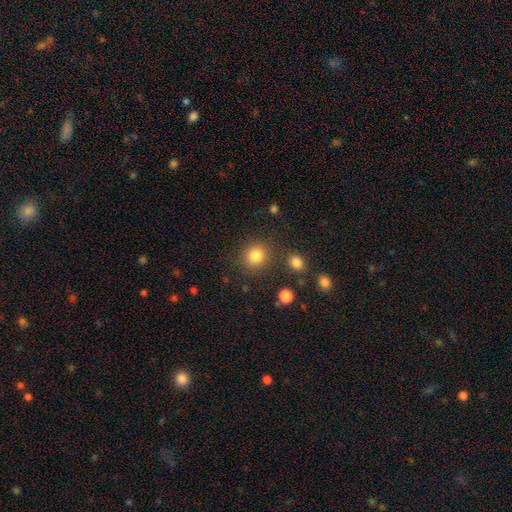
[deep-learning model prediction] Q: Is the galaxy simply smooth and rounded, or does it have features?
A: smooth — 84%.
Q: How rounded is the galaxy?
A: round — 88%.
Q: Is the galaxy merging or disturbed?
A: none — 85%.